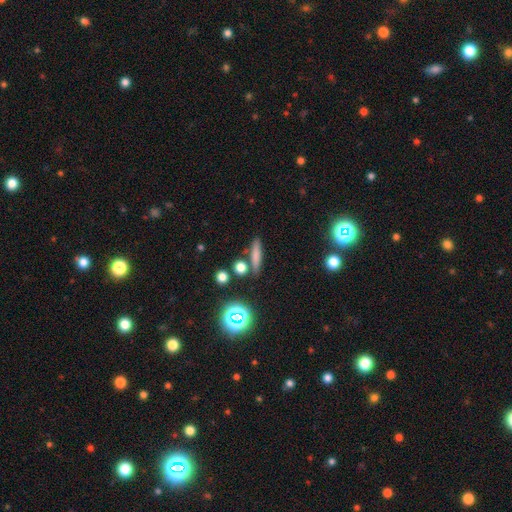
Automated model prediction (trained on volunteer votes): smooth 72%, featured or disk 15%, star or artifact 13%. Down the decision tree: how rounded — cigar-shaped (78%); merging — none (79%).